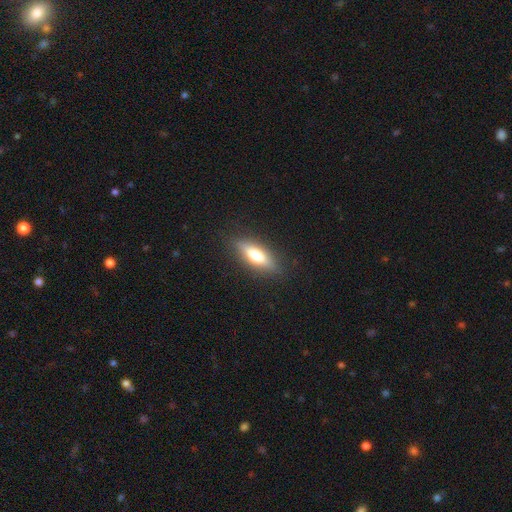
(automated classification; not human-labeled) Smooth or featured? smooth (63%)
How rounded? in between (57%)
Merging? none (86%)